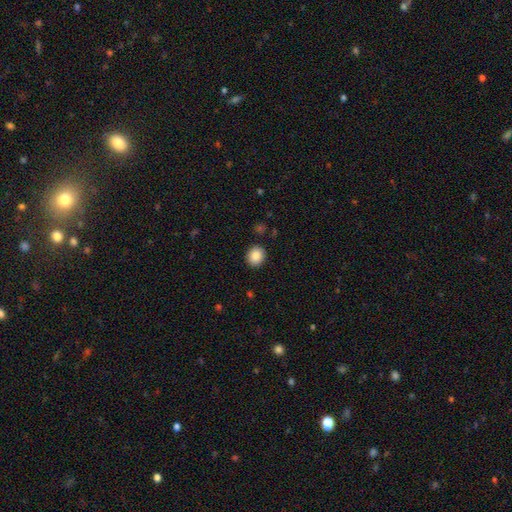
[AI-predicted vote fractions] Smooth or featured? Predicted: smooth (p=0.87). How rounded? Predicted: round (p=0.77). Merging? Predicted: none (p=0.90).